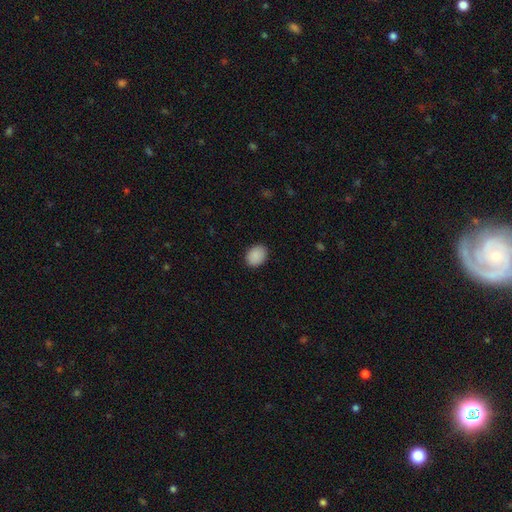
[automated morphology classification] smooth_or_featured: smooth (p=0.90) [alt: star or artifact p=0.07]
how_rounded: in between (p=0.63) [alt: round p=0.36]
merging: none (p=0.89) [alt: minor disturbance p=0.08]